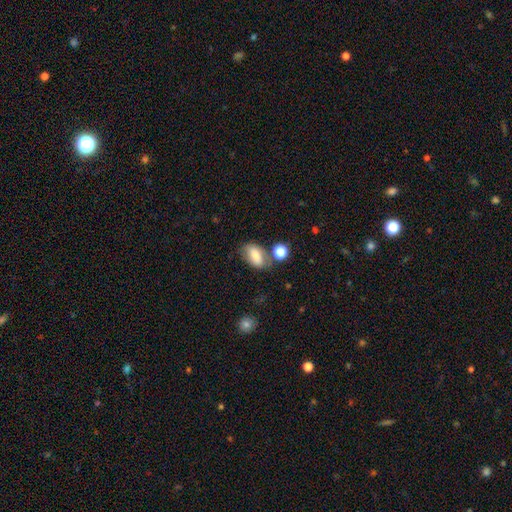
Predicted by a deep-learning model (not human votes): smooth-or-featured: smooth: 74% | featured or disk: 17% | star or artifact: 9%
  how-rounded: in between: 88% | round: 10% | cigar-shaped: 3%
  merging: none: 59% | minor disturbance: 19% | merger: 15% | major disturbance: 7%